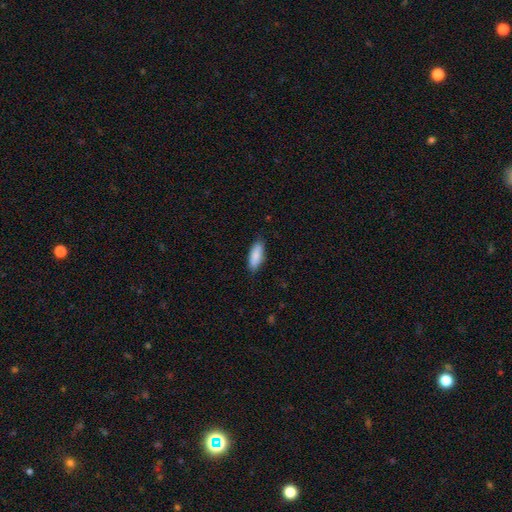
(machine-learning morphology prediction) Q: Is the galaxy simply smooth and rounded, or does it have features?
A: smooth — 88%.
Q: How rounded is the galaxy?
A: in between — 69%.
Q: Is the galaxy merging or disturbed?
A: none — 84%.